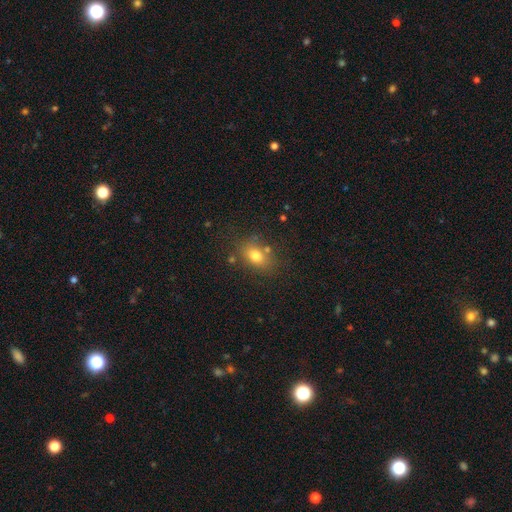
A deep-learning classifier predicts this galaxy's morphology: Smooth or featured? Predicted: smooth (p=0.76). How rounded? Predicted: in between (p=0.72). Merging? Predicted: none (p=0.73).